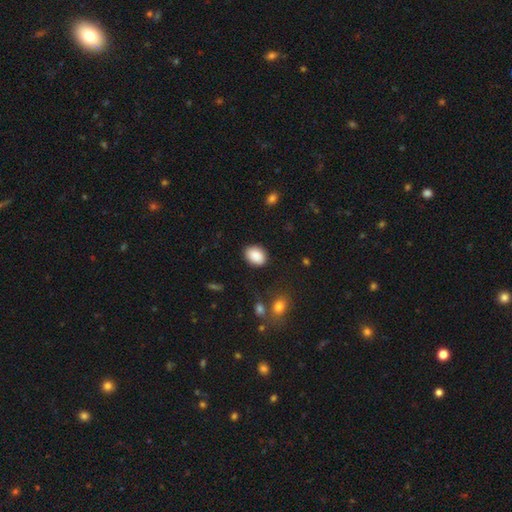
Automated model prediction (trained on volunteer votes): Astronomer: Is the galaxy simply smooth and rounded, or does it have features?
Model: smooth — 90%.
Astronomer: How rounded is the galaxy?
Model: in between — 76%.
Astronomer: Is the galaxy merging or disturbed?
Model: none — 86%.